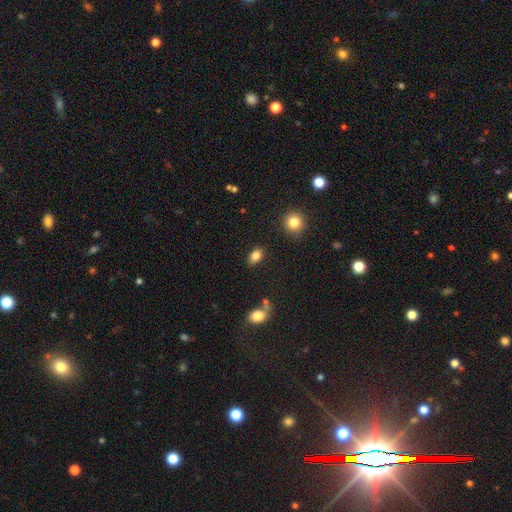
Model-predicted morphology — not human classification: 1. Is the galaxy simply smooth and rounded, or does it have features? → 84% smooth, 9% star or artifact, 7% featured or disk.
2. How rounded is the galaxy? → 83% in between, 14% round, 2% cigar-shaped.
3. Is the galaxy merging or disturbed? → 84% none, 10% minor disturbance, 3% merger, 3% major disturbance.